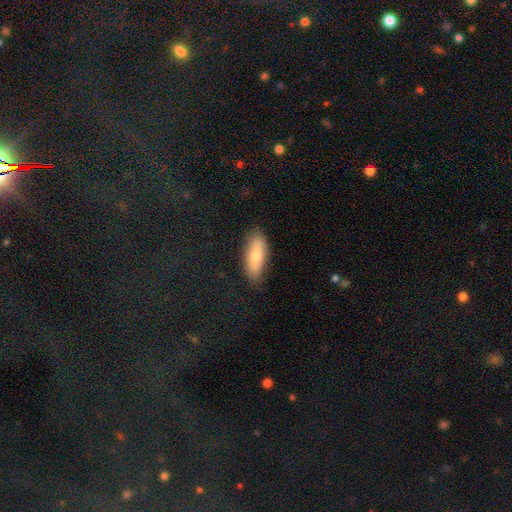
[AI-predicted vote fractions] The model was most divided on "how rounded": in between: 77%, cigar-shaped: 21%, round: 2%. More confident: merging — none (81%); smooth or featured — smooth (76%).